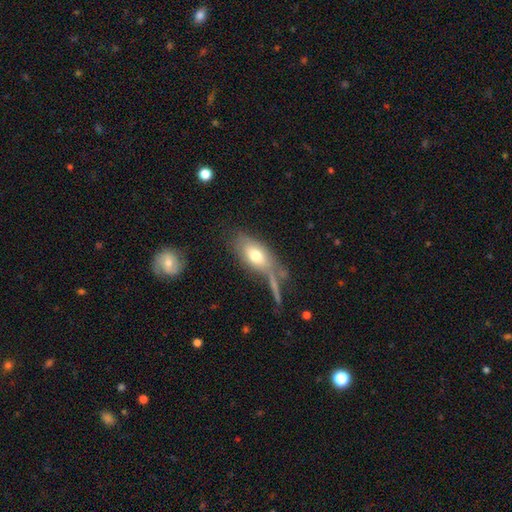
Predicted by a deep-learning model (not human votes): Q: Smooth or featured?
A: smooth (69%); runner-up: featured or disk (23%)
Q: How rounded?
A: in between (86%); runner-up: cigar-shaped (8%)
Q: Merging?
A: none (53%); runner-up: merger (19%)